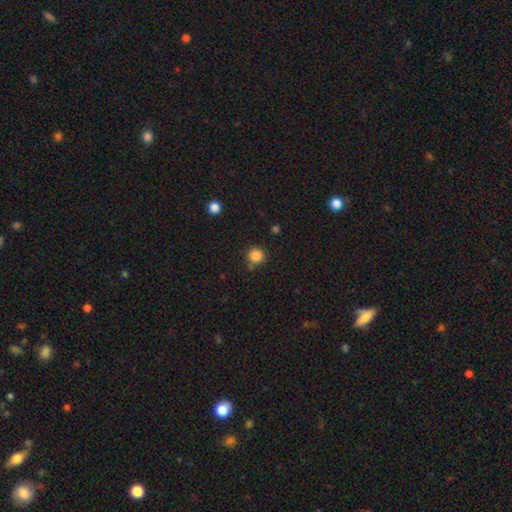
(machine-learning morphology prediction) Q: Smooth or featured?
A: smooth (85%); runner-up: star or artifact (11%)
Q: How rounded?
A: round (93%); runner-up: in between (6%)
Q: Merging?
A: none (81%); runner-up: minor disturbance (10%)